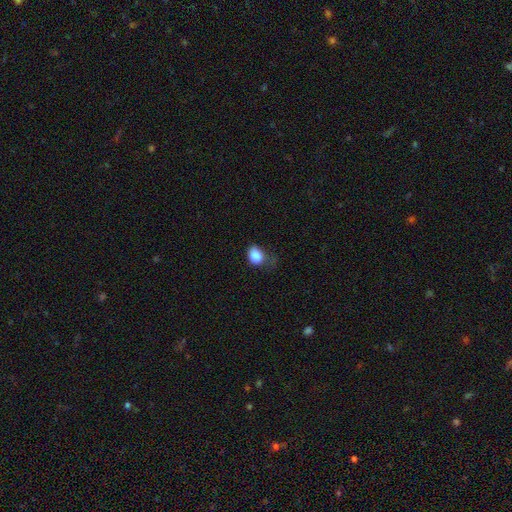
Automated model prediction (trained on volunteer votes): Smooth or featured? Predicted: smooth (p=0.87). How rounded? Predicted: in between (p=0.62). Merging? Predicted: none (p=0.44).